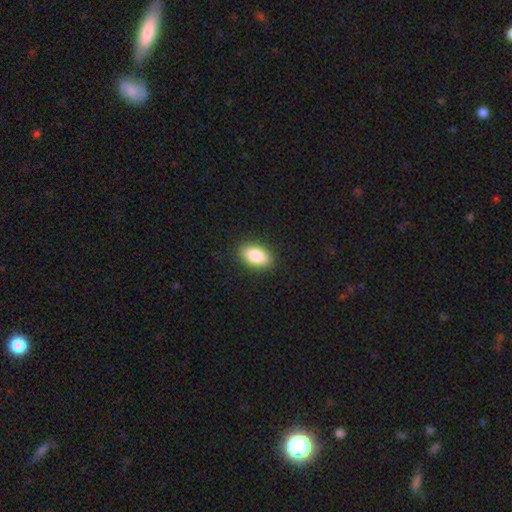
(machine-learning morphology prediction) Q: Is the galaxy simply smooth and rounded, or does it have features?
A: smooth — 84%.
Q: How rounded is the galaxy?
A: in between — 90%.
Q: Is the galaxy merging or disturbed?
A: none — 89%.